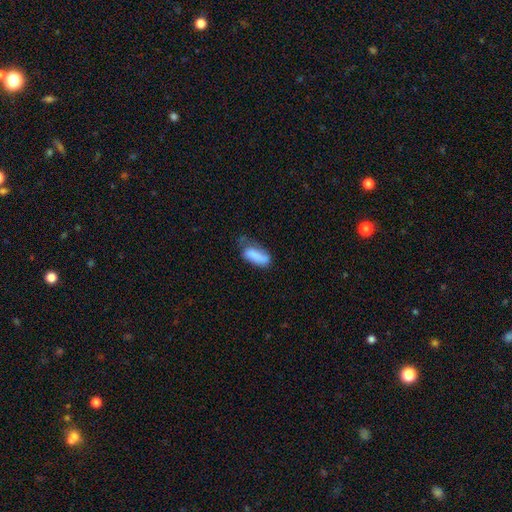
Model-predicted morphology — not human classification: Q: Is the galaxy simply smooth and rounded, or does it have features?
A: smooth — 80%.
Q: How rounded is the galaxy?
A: in between — 78%.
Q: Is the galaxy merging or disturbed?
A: none — 39%.